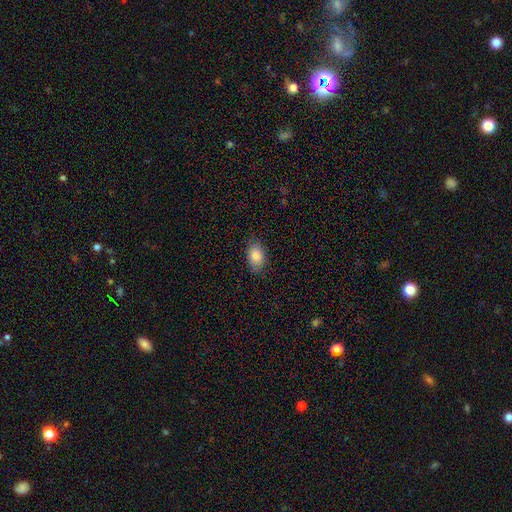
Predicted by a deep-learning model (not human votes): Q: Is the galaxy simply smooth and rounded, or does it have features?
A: smooth — 87%.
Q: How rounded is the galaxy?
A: in between — 88%.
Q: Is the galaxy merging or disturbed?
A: none — 83%.